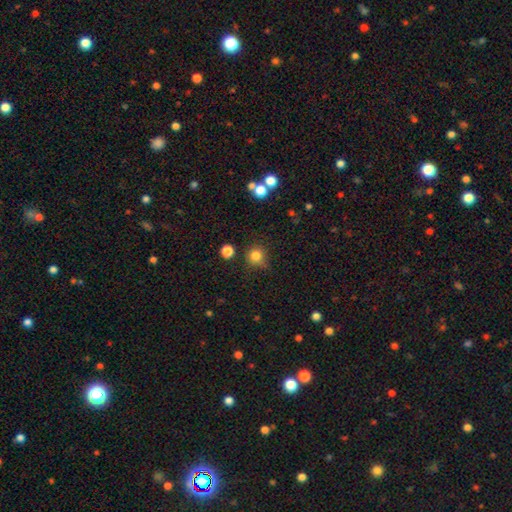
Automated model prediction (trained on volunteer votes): This is clearly a smooth galaxy (82%). How rounded: clearly round (92%). Merging: likely none (78%).